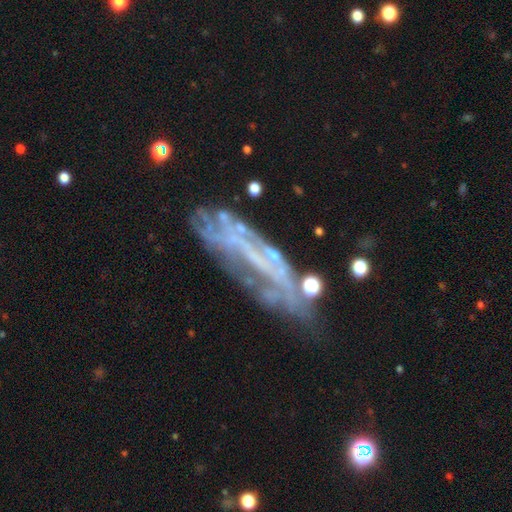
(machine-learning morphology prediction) Smooth or featured?
  - featured or disk: 68% *
  - smooth: 18%
  - star or artifact: 14%
Edge-on disk?
  - no: 64% *
  - yes: 36%
Merging?
  - none: 57% *
  - minor disturbance: 21%
  - major disturbance: 16%
  - merger: 6%